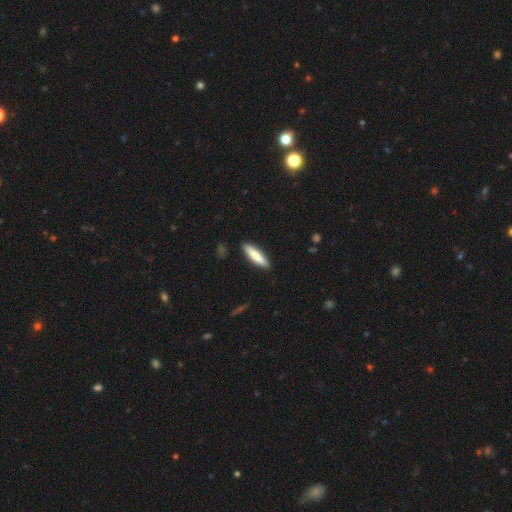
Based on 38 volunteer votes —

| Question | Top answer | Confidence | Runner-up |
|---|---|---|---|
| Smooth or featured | smooth | 79% | featured or disk (18%) |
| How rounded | cigar-shaped | 77% | in between (23%) |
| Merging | none | 89% | minor disturbance (11%) |